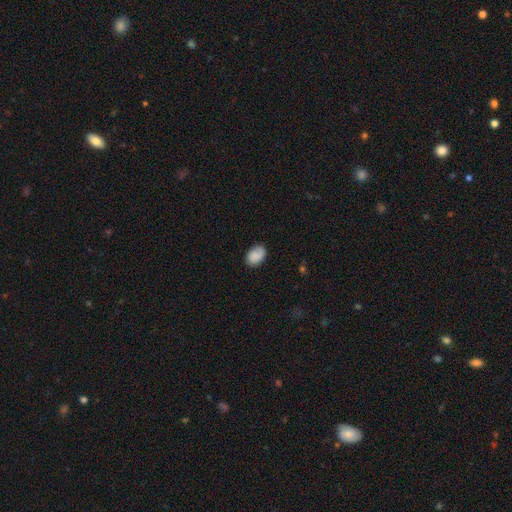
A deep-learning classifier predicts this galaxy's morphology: Smooth or featured? smooth (83%)
How rounded? in between (85%)
Merging? none (76%)